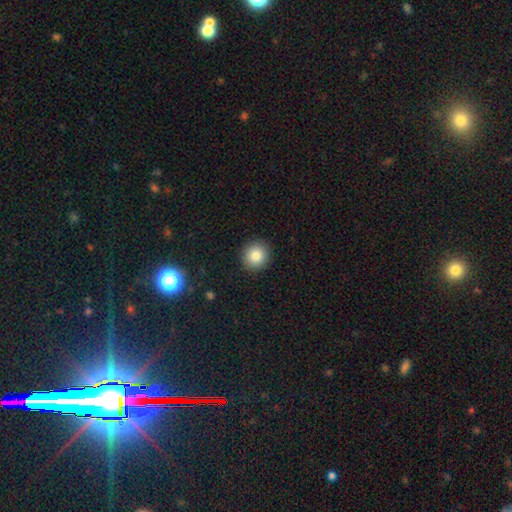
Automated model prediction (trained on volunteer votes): Morphology: type=smooth (84%); roundness=round (91%); merging=none (92%).